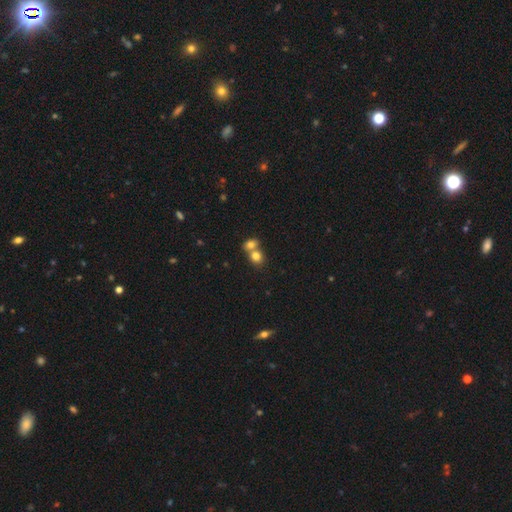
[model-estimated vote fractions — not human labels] smooth_or_featured: smooth (p=0.79) [alt: star or artifact p=0.11]
how_rounded: round (p=0.65) [alt: in between p=0.34]
merging: merger (p=0.60) [alt: none p=0.32]